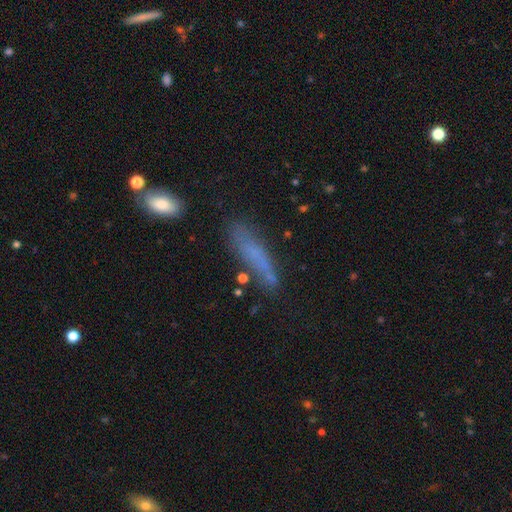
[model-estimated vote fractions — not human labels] Morphology: type=smooth (62%); roundness=cigar-shaped (77%); merging=none (63%).